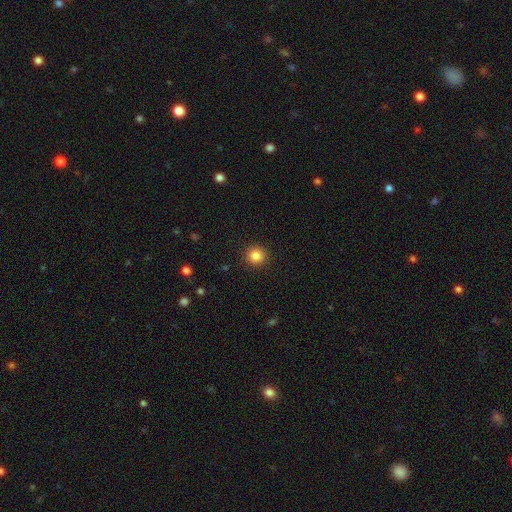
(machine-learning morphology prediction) Smooth or featured? Predicted: smooth (p=0.84). How rounded? Predicted: round (p=0.94). Merging? Predicted: none (p=0.92).